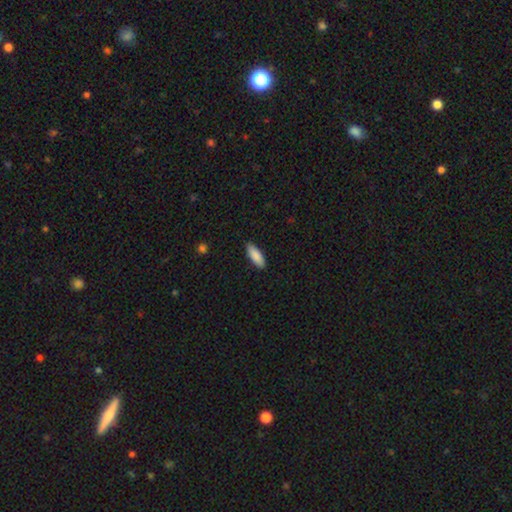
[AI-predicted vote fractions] Smooth or featured? Predicted: smooth (p=0.88). How rounded? Predicted: in between (p=0.67). Merging? Predicted: none (p=0.88).